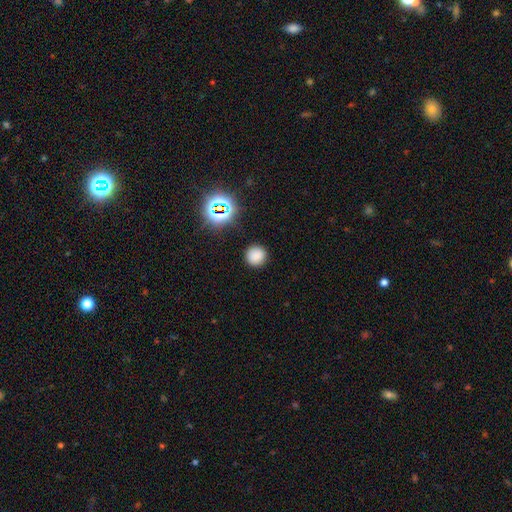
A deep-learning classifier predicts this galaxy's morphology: The model was most divided on "smooth or featured": smooth: 79%, star or artifact: 16%, featured or disk: 5%. More confident: how rounded — round (91%); merging — none (89%).